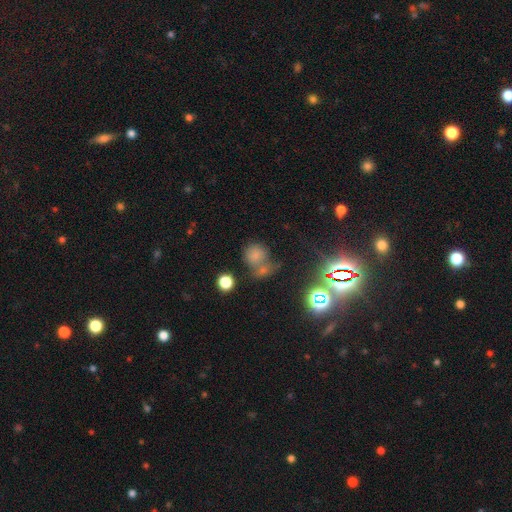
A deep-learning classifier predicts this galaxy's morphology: Smooth or featured? smooth (69%)
How rounded? round (81%)
Merging? merger (41%)